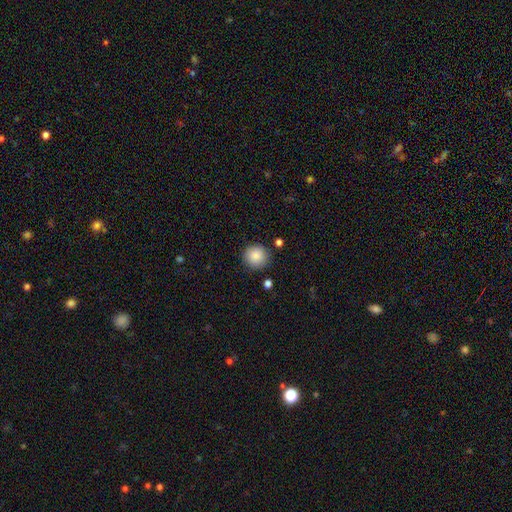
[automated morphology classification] The model was most divided on "merging": none: 87%, minor disturbance: 9%, major disturbance: 2%, merger: 2%. More confident: how rounded — round (91%); smooth or featured — smooth (87%).